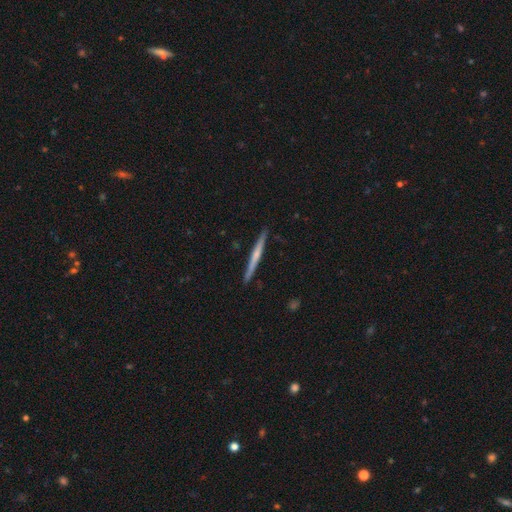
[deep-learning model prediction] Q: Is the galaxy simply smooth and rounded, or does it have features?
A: featured or disk — 55%.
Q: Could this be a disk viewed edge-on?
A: yes — 98%.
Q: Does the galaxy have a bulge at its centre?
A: none — 55%.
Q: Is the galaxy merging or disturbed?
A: none — 91%.